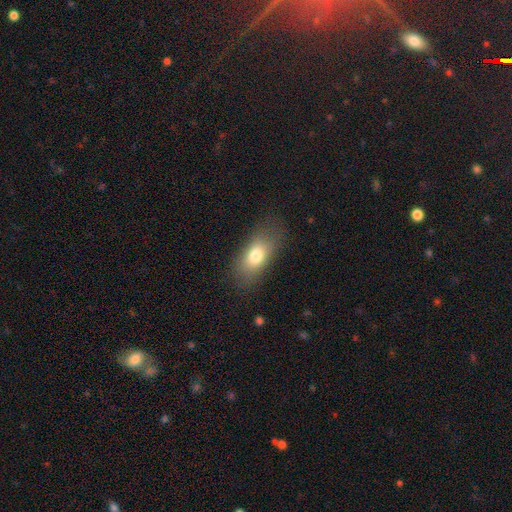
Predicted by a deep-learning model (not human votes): Smooth or featured?
  - smooth: 76% *
  - featured or disk: 15%
  - star or artifact: 9%
How rounded?
  - in between: 83% *
  - cigar-shaped: 9%
  - round: 8%
Merging?
  - none: 76% *
  - minor disturbance: 16%
  - major disturbance: 8%
  - merger: 1%